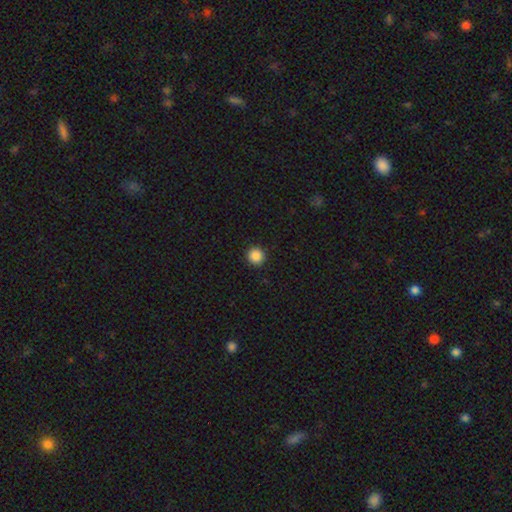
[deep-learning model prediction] A smooth galaxy with no disk features (88%) that is round (95%).

Vote fractions:
- Smooth or featured? smooth: 88% / star or artifact: 10% / featured or disk: 2%
- How rounded? round: 95% / in between: 4% / cigar-shaped: 1%
- Merging? none: 93% / minor disturbance: 5% / major disturbance: 2% / merger: 1%